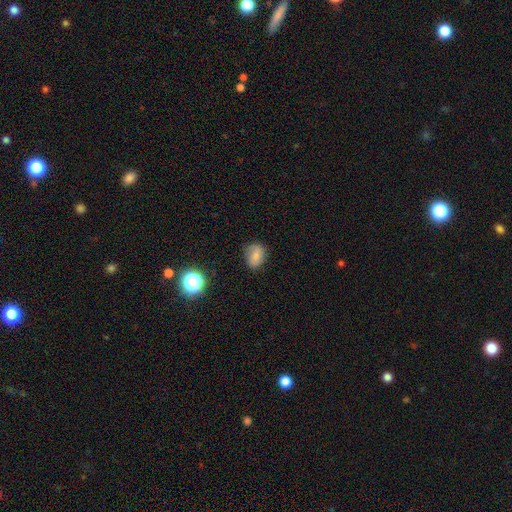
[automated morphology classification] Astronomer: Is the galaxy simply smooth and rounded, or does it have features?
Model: smooth — 66%.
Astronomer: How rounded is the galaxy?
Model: in between — 50% (runner-up: round, 49%).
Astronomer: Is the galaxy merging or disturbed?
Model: none — 72%.